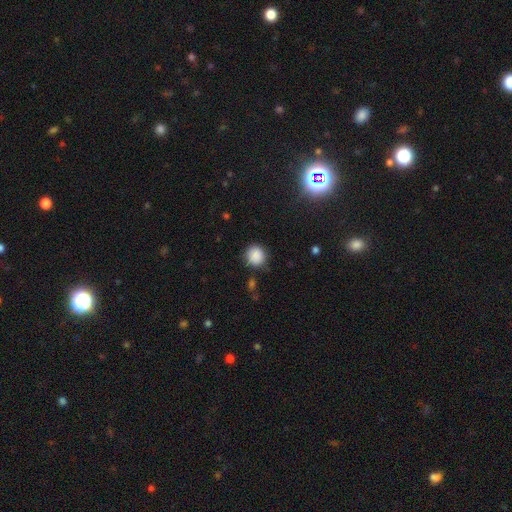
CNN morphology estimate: Smooth or featured?
  - smooth: 87% *
  - star or artifact: 9%
  - featured or disk: 3%
How rounded?
  - round: 89% *
  - in between: 10%
  - cigar-shaped: 1%
Merging?
  - none: 84% *
  - minor disturbance: 11%
  - major disturbance: 3%
  - merger: 2%